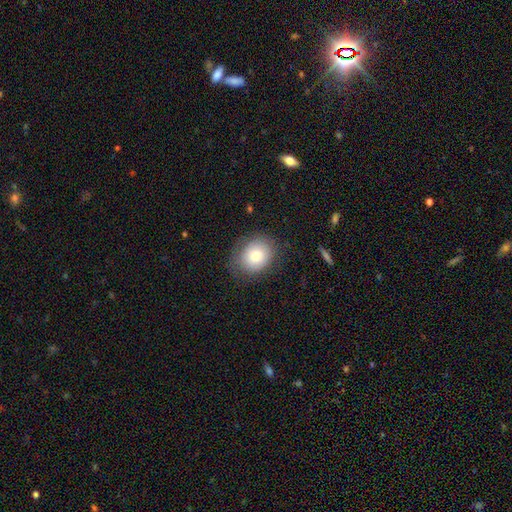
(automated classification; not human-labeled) Overall: smooth (78%). How rounded: round (58%; in between 41%). Merging: none (75%).